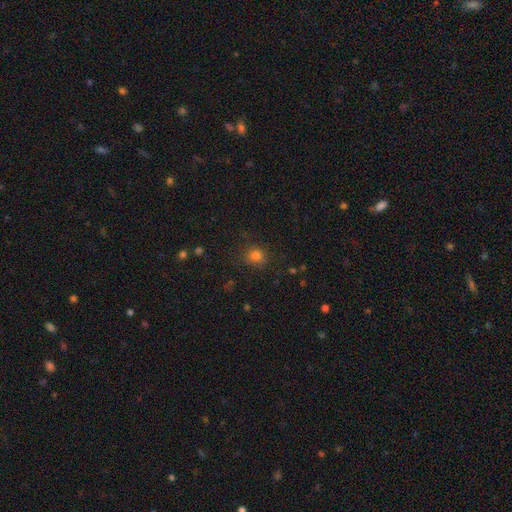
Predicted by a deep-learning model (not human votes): The model was most divided on "how rounded": round: 80%, in between: 19%, cigar-shaped: 1%. More confident: smooth or featured — smooth (78%); merging — none (78%).